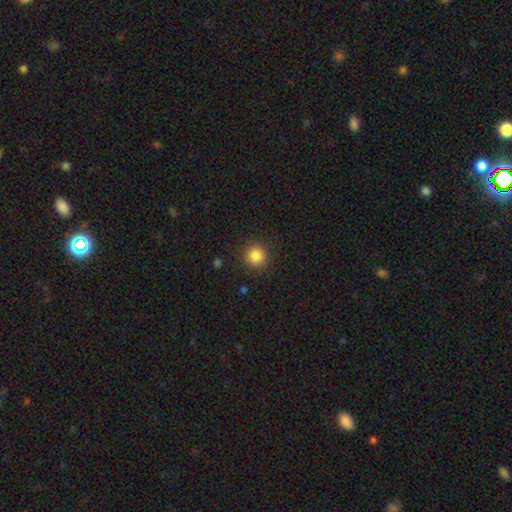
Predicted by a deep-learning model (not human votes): smooth-or-featured: smooth: 85% | star or artifact: 11% | featured or disk: 4%
  how-rounded: round: 94% | in between: 5% | cigar-shaped: 1%
  merging: none: 90% | minor disturbance: 6% | major disturbance: 3% | merger: 1%